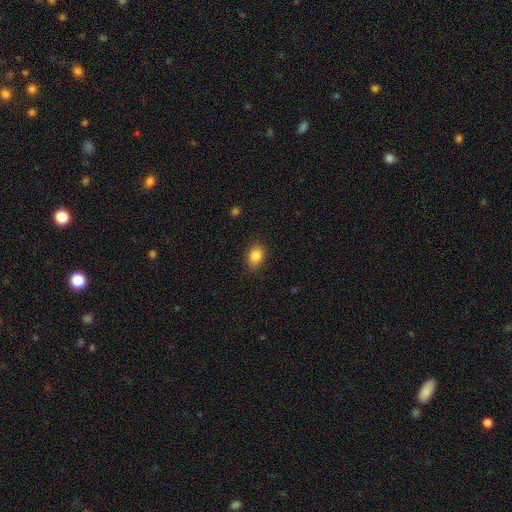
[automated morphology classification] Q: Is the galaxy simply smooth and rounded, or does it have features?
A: smooth — 85%.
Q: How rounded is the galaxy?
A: in between — 63%.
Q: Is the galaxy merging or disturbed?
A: none — 85%.